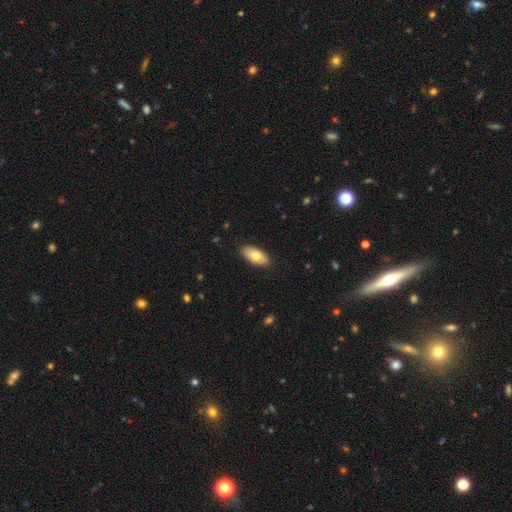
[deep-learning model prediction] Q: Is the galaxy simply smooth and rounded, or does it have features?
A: smooth — 71%.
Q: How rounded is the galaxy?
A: in between — 92%.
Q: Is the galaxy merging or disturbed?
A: none — 89%.